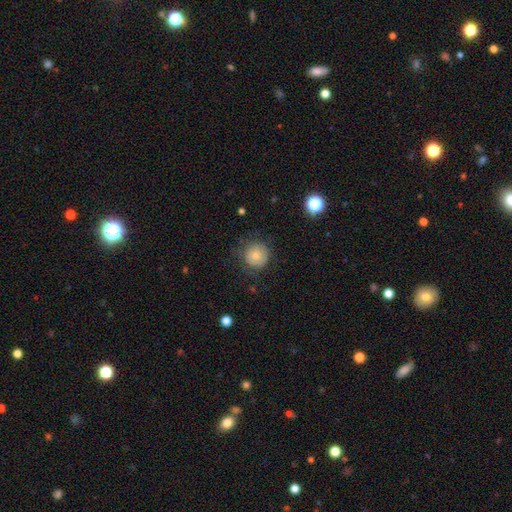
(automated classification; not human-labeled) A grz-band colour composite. It shows a smooth galaxy with no disk features (79%) that is round (93%). Merging: none (74%).